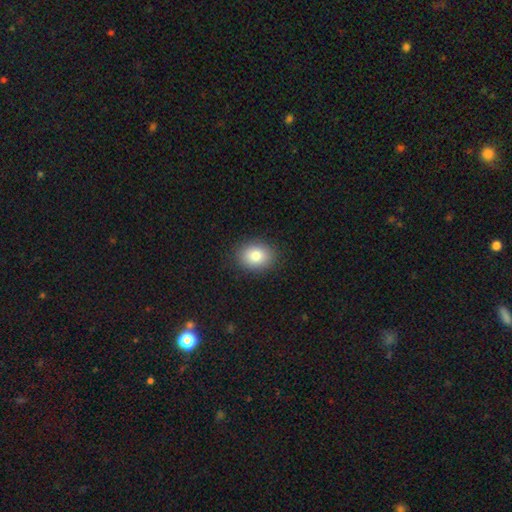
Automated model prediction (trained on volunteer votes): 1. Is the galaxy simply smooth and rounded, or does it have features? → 82% smooth, 10% star or artifact, 9% featured or disk.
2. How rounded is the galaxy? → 52% in between, 47% round, 1% cigar-shaped.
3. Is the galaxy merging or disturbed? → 89% none, 8% minor disturbance, 2% major disturbance, 1% merger.